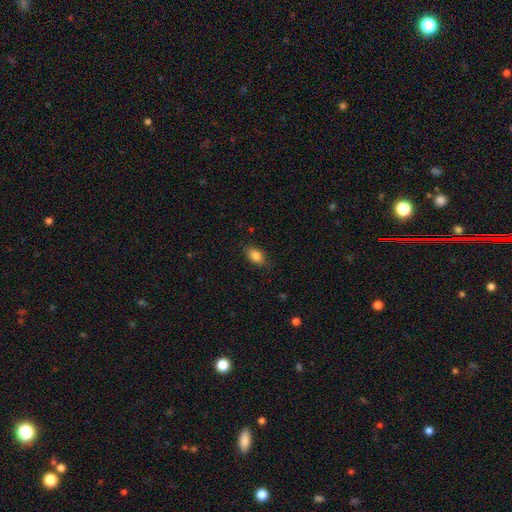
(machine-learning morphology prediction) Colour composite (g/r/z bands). It shows a smooth galaxy with no disk features (85%) that is in between round and cigar-shaped (87%). Merging: none (84%).